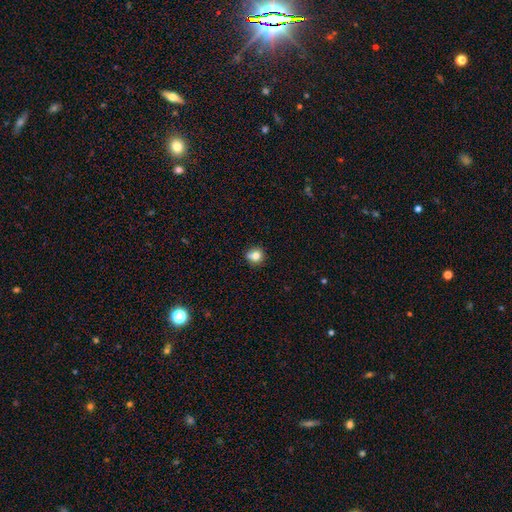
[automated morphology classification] smooth 80%, star or artifact 12%, featured or disk 9%. Down the decision tree: how rounded — round (82%); merging — none (70%).